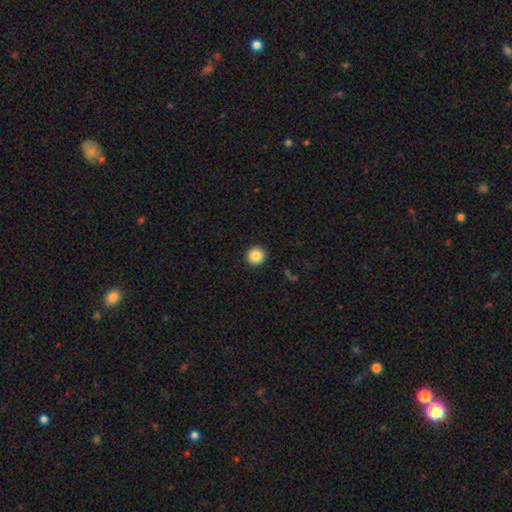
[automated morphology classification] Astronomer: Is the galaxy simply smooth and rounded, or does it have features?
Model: smooth — 86%.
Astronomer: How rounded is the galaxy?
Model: round — 95%.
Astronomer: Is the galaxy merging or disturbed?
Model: none — 93%.